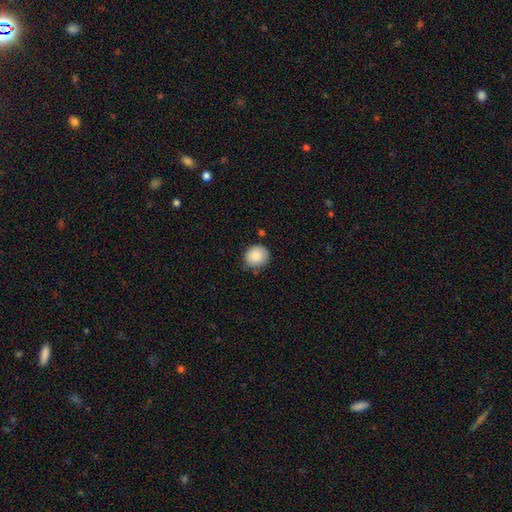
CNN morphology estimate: Q: Smooth or featured?
A: smooth (87%); runner-up: star or artifact (8%)
Q: How rounded?
A: round (85%); runner-up: in between (14%)
Q: Merging?
A: none (77%); runner-up: minor disturbance (17%)